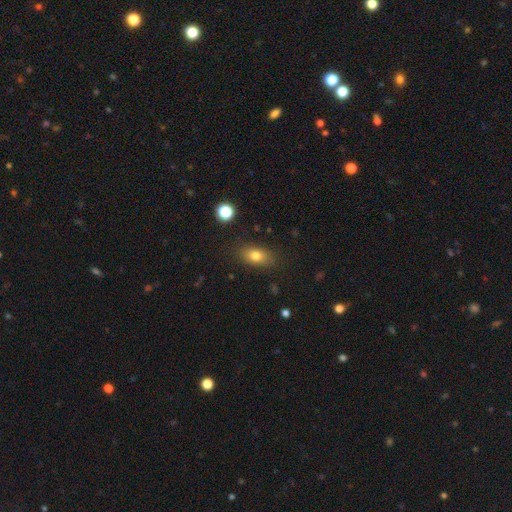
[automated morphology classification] Smooth or featured? smooth (77%)
How rounded? in between (82%)
Merging? none (82%)